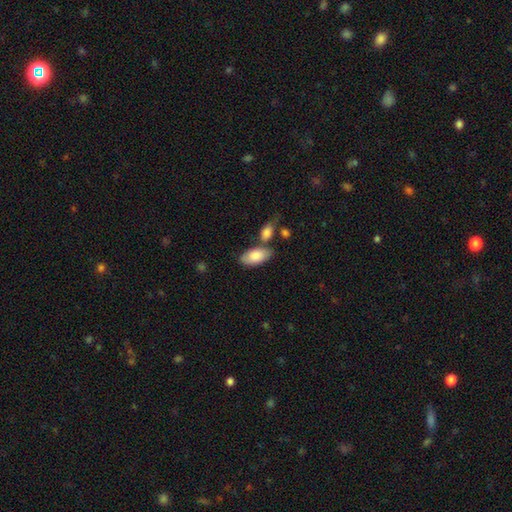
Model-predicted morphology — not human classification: smooth_or_featured: smooth (p=0.82) [alt: featured or disk p=0.13]
how_rounded: in between (p=0.93) [alt: cigar-shaped p=0.04]
merging: none (p=0.59) [alt: merger p=0.20]